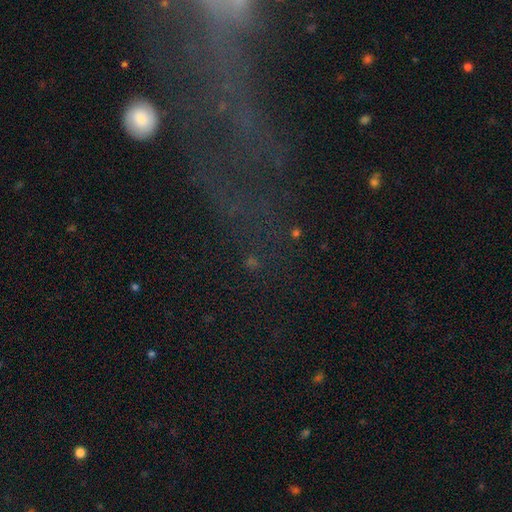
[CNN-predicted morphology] Overall: star or artifact (52%; featured or disk 26%).